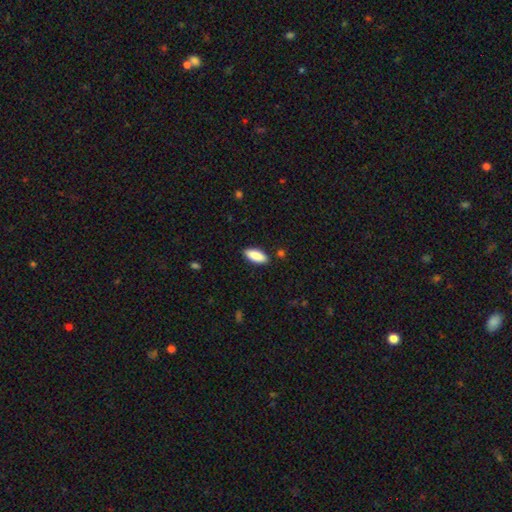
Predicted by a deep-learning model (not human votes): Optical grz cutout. It shows a smooth galaxy with no disk features (89%) that is in between round and cigar-shaped (81%). Merging: none (88%).